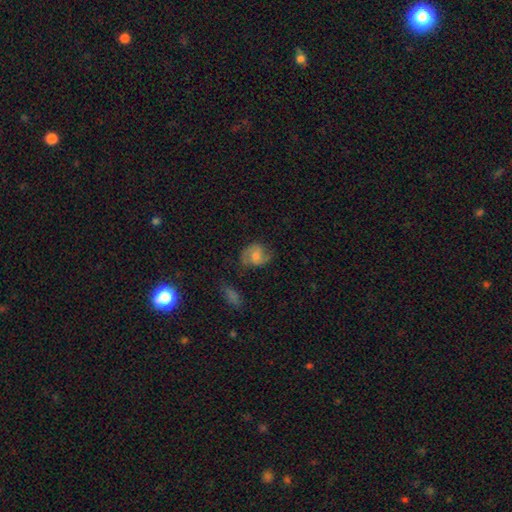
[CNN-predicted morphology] A featured or disk galaxy (50%). Merging: none (63%).